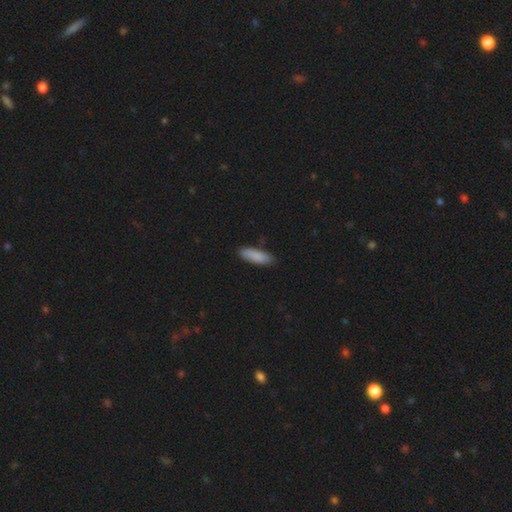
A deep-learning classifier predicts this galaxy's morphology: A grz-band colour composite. It shows a smooth galaxy with no disk features (88%) that is in between round and cigar-shaped (58%). Merging: none (84%).